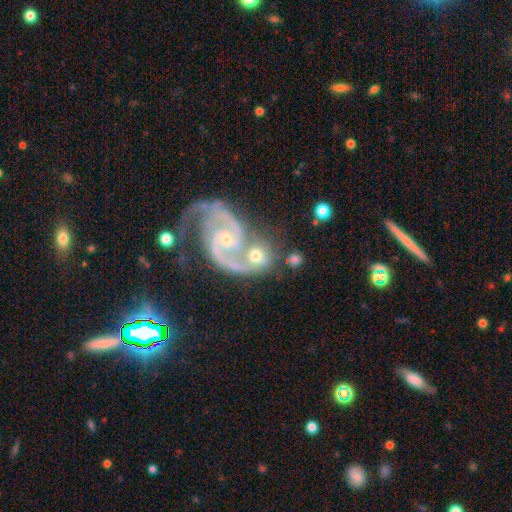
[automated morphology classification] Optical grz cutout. It shows a featured or disk galaxy (73%) with no bar (60%), 2 (90%) medium (54%) spiral arms (92%) and a small central bulge (63%). Merging: merger (53%).